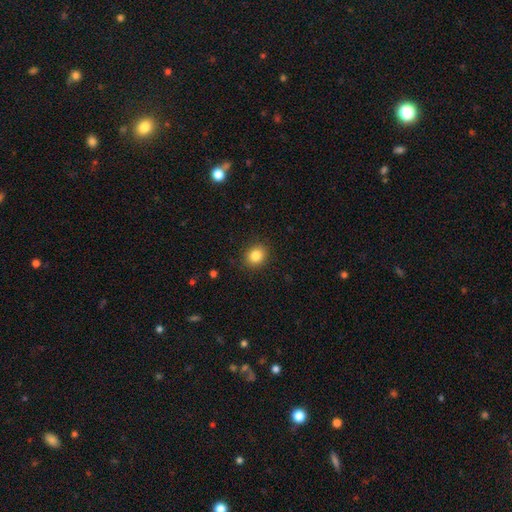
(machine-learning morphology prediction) A smooth galaxy with no disk features (84%) that is round (65%). Merging: none (89%).